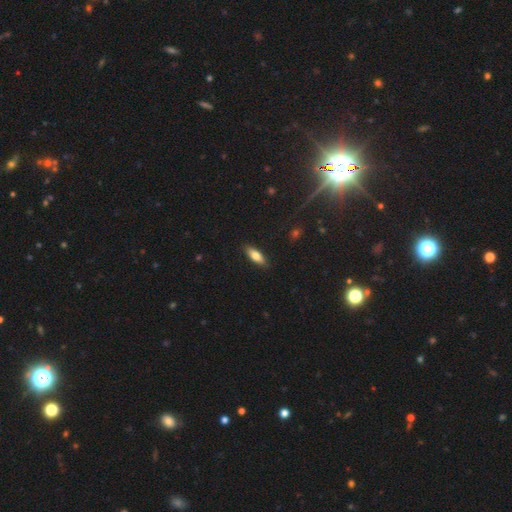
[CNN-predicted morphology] smooth_or_featured: smooth (p=0.76) [alt: featured or disk p=0.18]
how_rounded: in between (p=0.63) [alt: cigar-shaped p=0.35]
merging: none (p=0.88) [alt: minor disturbance p=0.09]